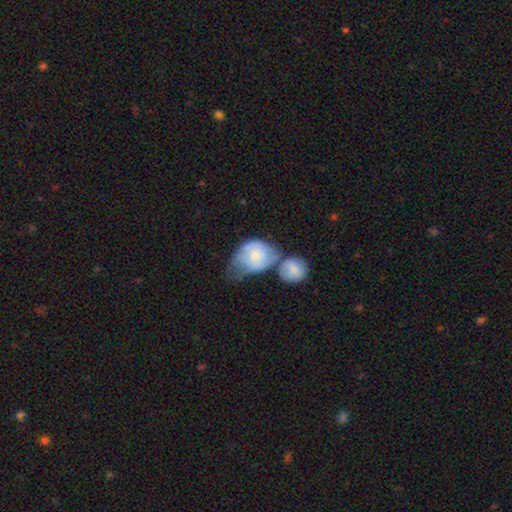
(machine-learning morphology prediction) This is possibly a smooth galaxy (60%). How rounded: possibly in between (57%). Merging: possibly merger (46%).